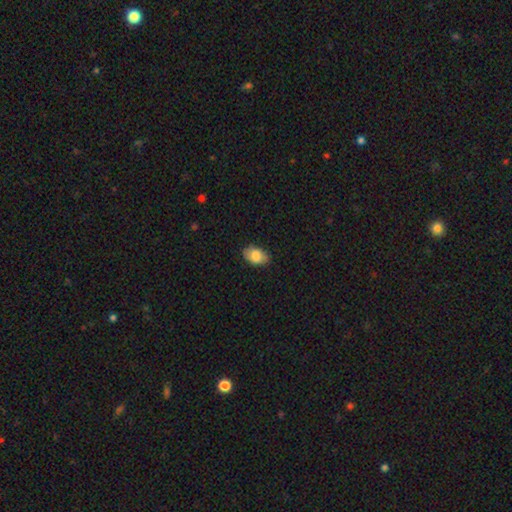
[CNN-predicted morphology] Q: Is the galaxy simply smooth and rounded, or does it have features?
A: smooth — 83%.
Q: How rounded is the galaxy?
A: in between — 89%.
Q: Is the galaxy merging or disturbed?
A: none — 81%.